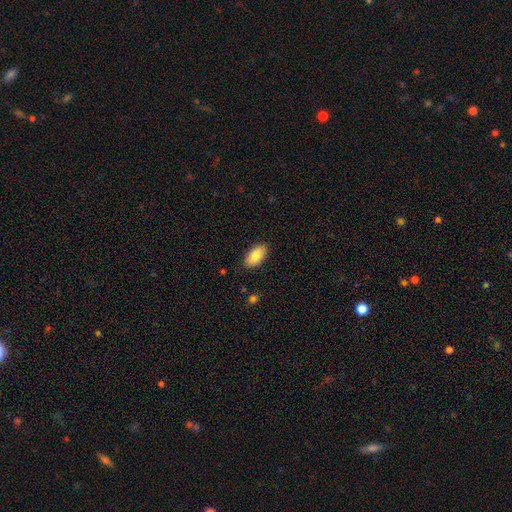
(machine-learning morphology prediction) smooth_or_featured: smooth (p=0.84) [alt: featured or disk p=0.09]
how_rounded: in between (p=0.94) [alt: cigar-shaped p=0.03]
merging: none (p=0.87) [alt: minor disturbance p=0.10]